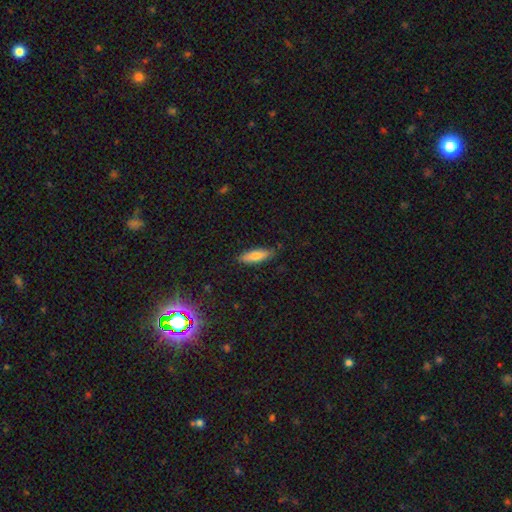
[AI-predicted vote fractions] Q: Smooth or featured?
A: smooth (73%); runner-up: featured or disk (20%)
Q: How rounded?
A: cigar-shaped (50%); runner-up: in between (48%)
Q: Merging?
A: none (83%); runner-up: minor disturbance (13%)